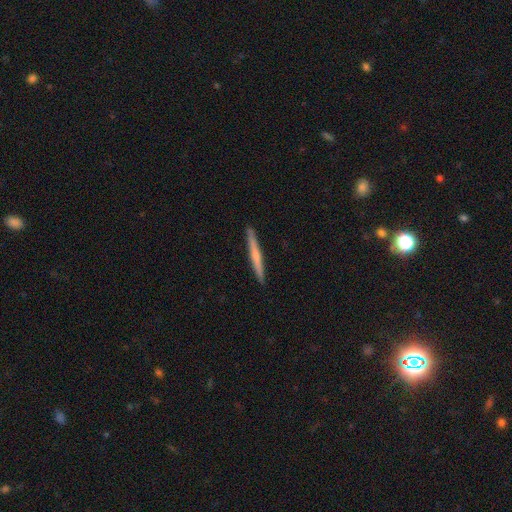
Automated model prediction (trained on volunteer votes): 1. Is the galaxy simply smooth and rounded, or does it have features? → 51% featured or disk, 44% smooth, 6% star or artifact.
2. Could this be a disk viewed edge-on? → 98% yes, 2% no.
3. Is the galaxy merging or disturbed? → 92% none, 5% minor disturbance, 1% major disturbance, 1% merger.